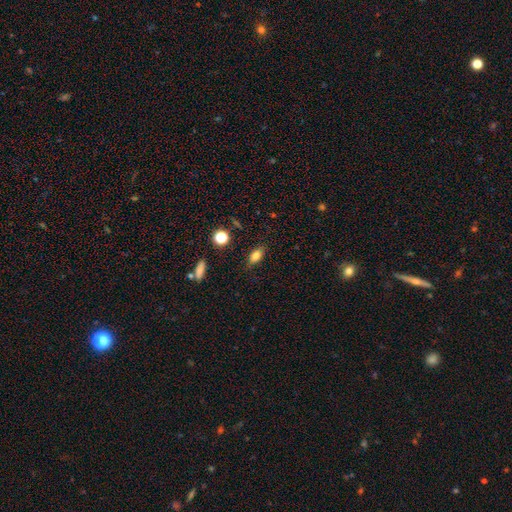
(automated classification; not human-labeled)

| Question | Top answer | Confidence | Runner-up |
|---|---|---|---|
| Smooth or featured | smooth | 79% | star or artifact (11%) |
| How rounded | in between | 81% | round (10%) |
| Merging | none | 82% | minor disturbance (13%) |